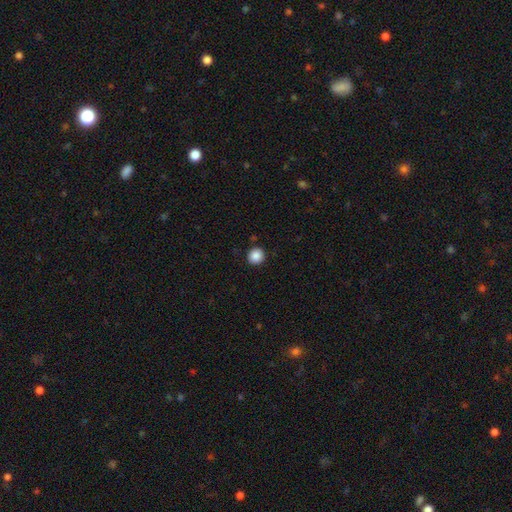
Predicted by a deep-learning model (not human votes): A smooth galaxy with no disk features (87%) that is round (93%). Merging: none (92%).